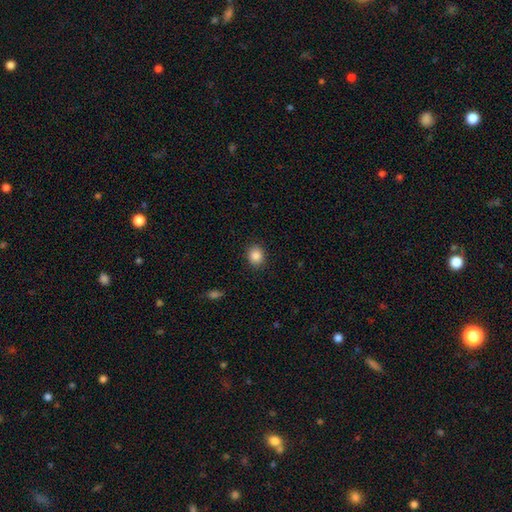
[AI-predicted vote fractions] Q: Smooth or featured?
A: smooth (86%); runner-up: star or artifact (9%)
Q: How rounded?
A: round (68%); runner-up: in between (31%)
Q: Merging?
A: none (90%); runner-up: minor disturbance (7%)